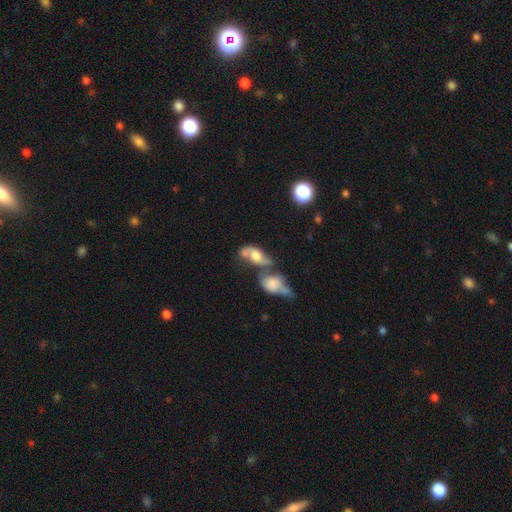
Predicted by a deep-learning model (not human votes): A featured or disk galaxy (62%) with no bar (66%), spiral arms (81%) and a moderate central bulge (48%).

Vote fractions:
- Smooth or featured? featured or disk: 62% / smooth: 29% / star or artifact: 9%
- Edge-on disk? no: 91% / yes: 9%
- Bar? no: 66% / weak: 27% / strong: 7%
- Spiral arms? yes: 81% / no: 19%
- Bulge size? moderate: 48% / large: 30% / small: 12% / none: 7% / dominant: 3%
- Merging? merger: 49% / none: 24% / minor disturbance: 13% / major disturbance: 13%